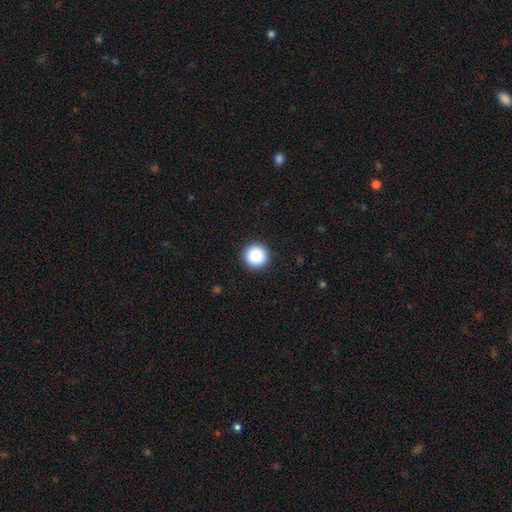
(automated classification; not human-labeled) Smooth or featured: smooth — 88% (star or artifact — 9%)
How rounded: round — 96% (in between — 3%)
Merging: none — 92% (minor disturbance — 5%)